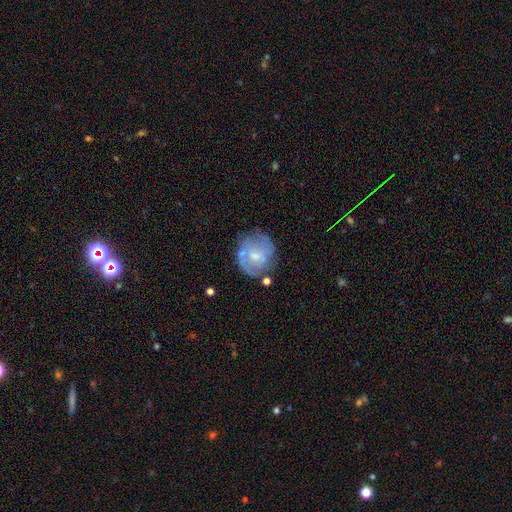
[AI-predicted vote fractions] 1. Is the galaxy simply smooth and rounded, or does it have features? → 51% featured or disk, 42% smooth, 8% star or artifact.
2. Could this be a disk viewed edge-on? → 97% no, 3% yes.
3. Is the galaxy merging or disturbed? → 59% none, 22% minor disturbance, 11% major disturbance, 8% merger.